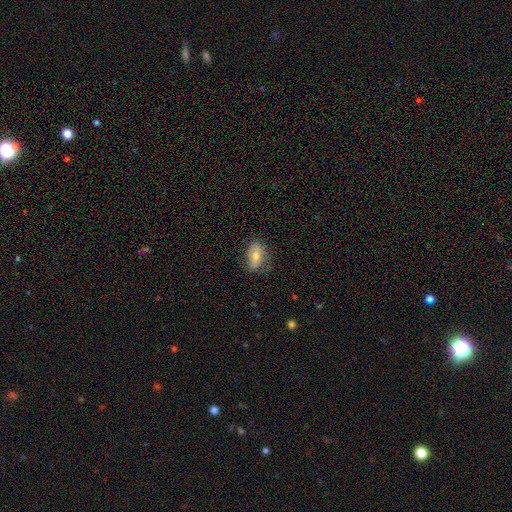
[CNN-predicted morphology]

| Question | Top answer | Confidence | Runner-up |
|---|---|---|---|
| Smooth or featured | smooth | 63% | featured or disk (27%) |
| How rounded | in between | 79% | round (19%) |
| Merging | none | 64% | minor disturbance (26%) |